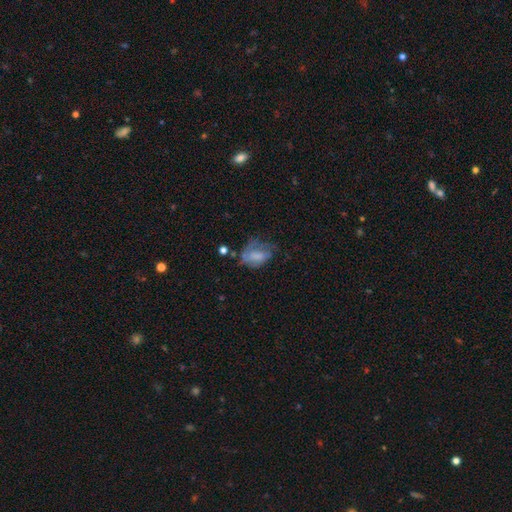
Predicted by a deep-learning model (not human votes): This is possibly a smooth galaxy (50%). How rounded: likely in between (80%). Merging: marginally major disturbance (37%).